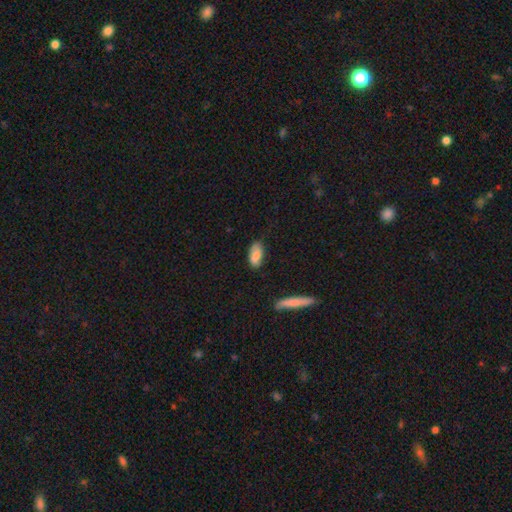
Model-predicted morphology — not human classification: This appears to be a smooth galaxy with no disk features (77%) that is in between round and cigar-shaped (88%). Merging: none (77%).